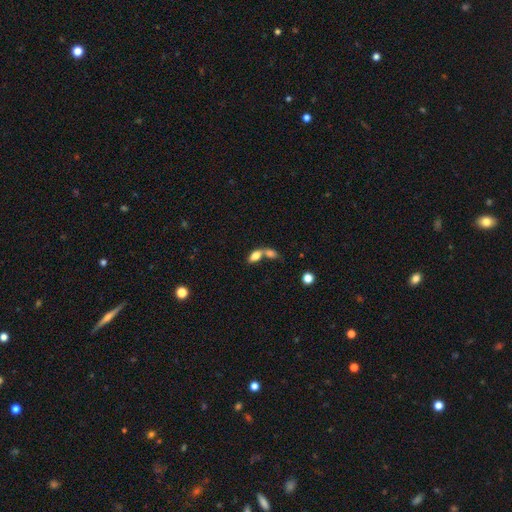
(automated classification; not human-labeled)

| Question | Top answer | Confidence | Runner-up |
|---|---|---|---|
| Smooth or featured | smooth | 77% | featured or disk (14%) |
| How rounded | in between | 87% | round (7%) |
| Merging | merger | 62% | none (27%) |